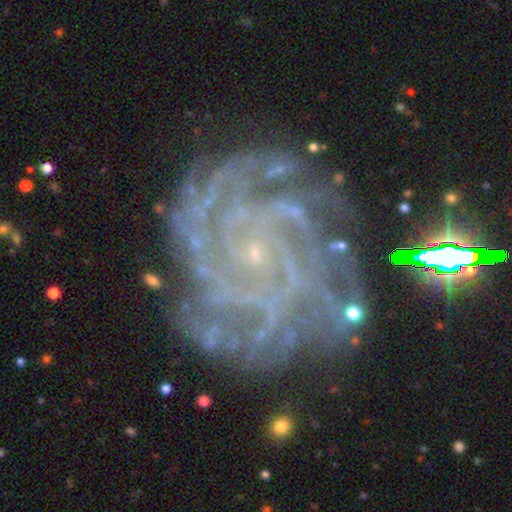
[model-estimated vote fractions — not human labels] This is clearly a featured or disk galaxy (89%). It is clearly not viewed edge-on (97%). Bar: likely no (72%). Spiral arm pattern: clearly yes (98%). Spiral arm count: marginally 4 (24%, tied with more than 4). Spiral winding: likely tight (80%). Central bulge: clearly small (87%). Merging: likely none (75%).